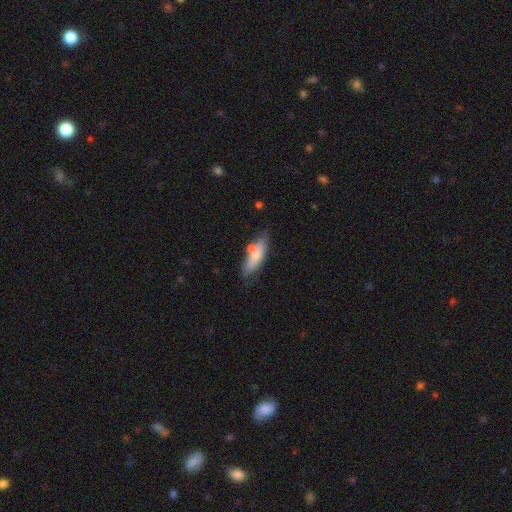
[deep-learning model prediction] This is likely a smooth galaxy (62%). How rounded: possibly in between (57%). Merging: possibly none (55%).